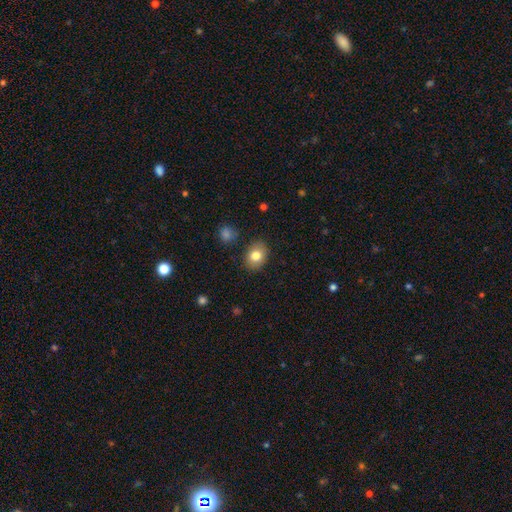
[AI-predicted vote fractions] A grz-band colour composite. It shows a smooth galaxy with no disk features (81%) that is in between round and cigar-shaped (54%). Merging: none (86%).